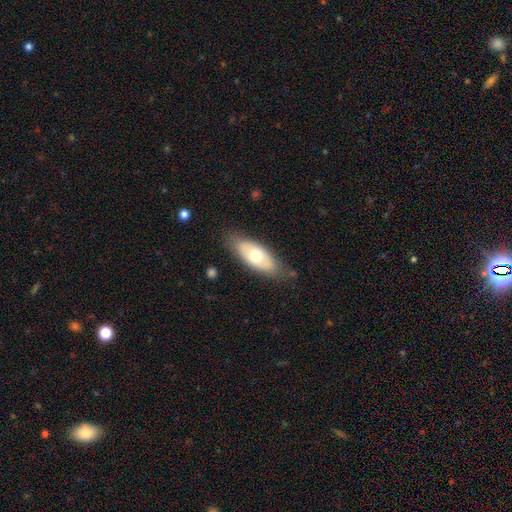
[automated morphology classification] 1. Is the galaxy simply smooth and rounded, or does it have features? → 59% smooth, 36% featured or disk, 6% star or artifact.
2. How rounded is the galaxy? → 82% in between, 15% cigar-shaped, 3% round.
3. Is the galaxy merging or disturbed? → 78% none, 16% minor disturbance, 4% major disturbance, 2% merger.